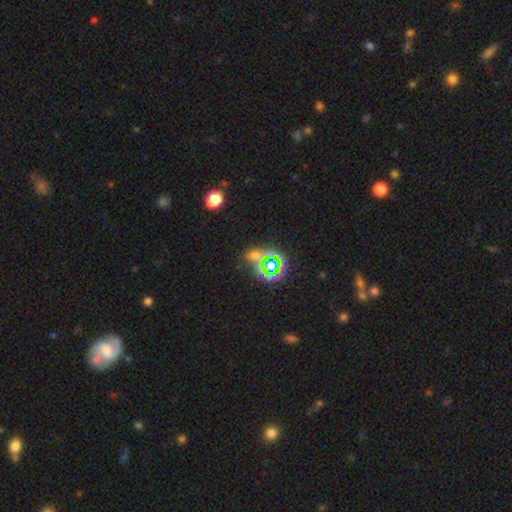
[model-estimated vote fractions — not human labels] Smooth or featured?
  - star or artifact: 60% *
  - smooth: 29%
  - featured or disk: 10%